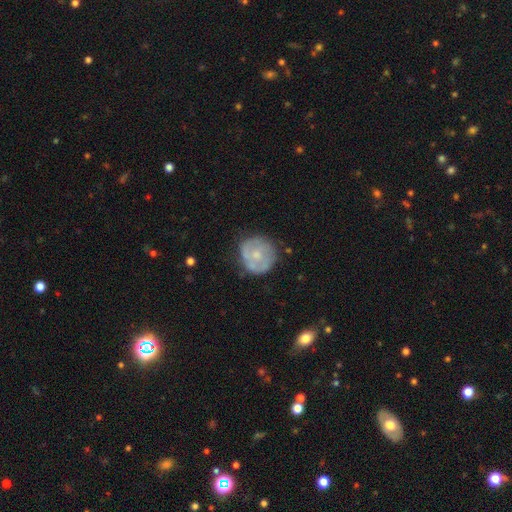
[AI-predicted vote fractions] Smooth or featured?
  - featured or disk: 49% *
  - smooth: 44%
  - star or artifact: 6%
Merging?
  - none: 70% *
  - minor disturbance: 20%
  - major disturbance: 7%
  - merger: 2%